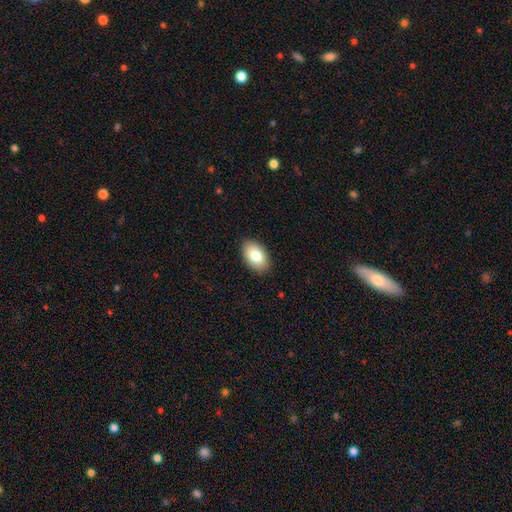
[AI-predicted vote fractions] smooth 81%, featured or disk 12%, star or artifact 7%. Down the decision tree: how rounded — in between (92%); merging — none (89%).